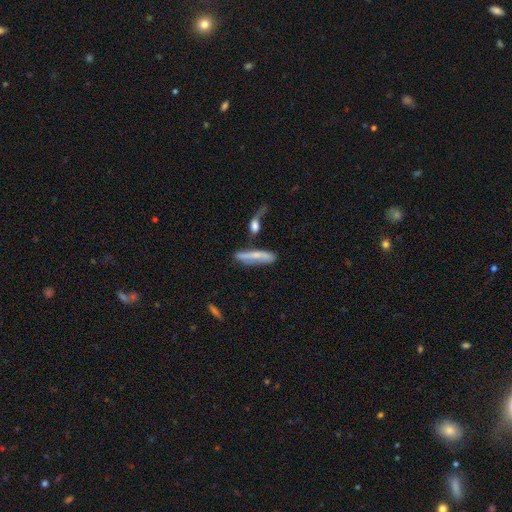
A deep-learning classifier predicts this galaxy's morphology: smooth_or_featured: featured or disk (p=0.48) [alt: smooth p=0.45]
merging: none (p=0.53) [alt: minor disturbance p=0.20]